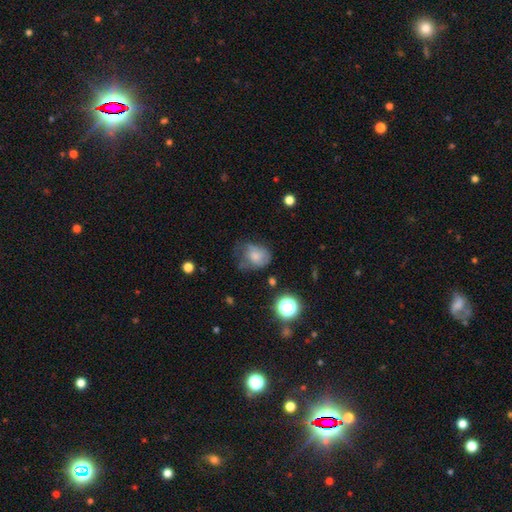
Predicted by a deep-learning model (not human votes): A smooth galaxy with no disk features (64%) that is round (54%).

Vote fractions:
- Smooth or featured? smooth: 64% / featured or disk: 24% / star or artifact: 12%
- How rounded? round: 54% / in between: 45% / cigar-shaped: 1%
- Merging? minor disturbance: 34% / none: 33% / major disturbance: 31% / merger: 3%